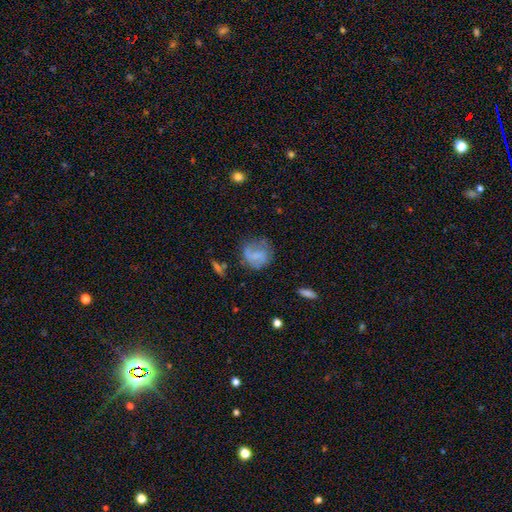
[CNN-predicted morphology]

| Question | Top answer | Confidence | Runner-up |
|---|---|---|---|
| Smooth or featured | smooth | 54% | featured or disk (36%) |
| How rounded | round | 74% | in between (24%) |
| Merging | none | 52% | minor disturbance (26%) |